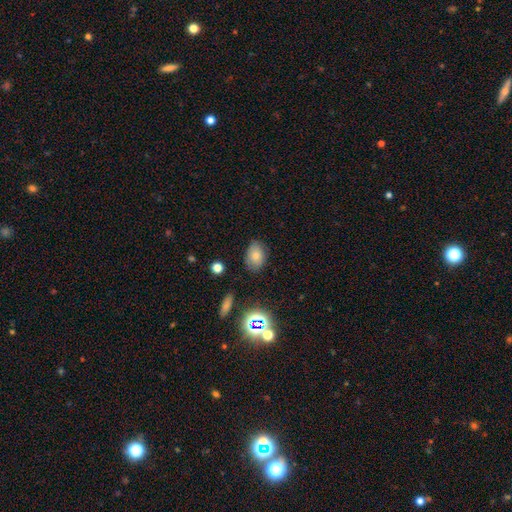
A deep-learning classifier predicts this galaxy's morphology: This is likely a smooth galaxy (76%). How rounded: clearly in between (82%). Merging: likely none (78%).